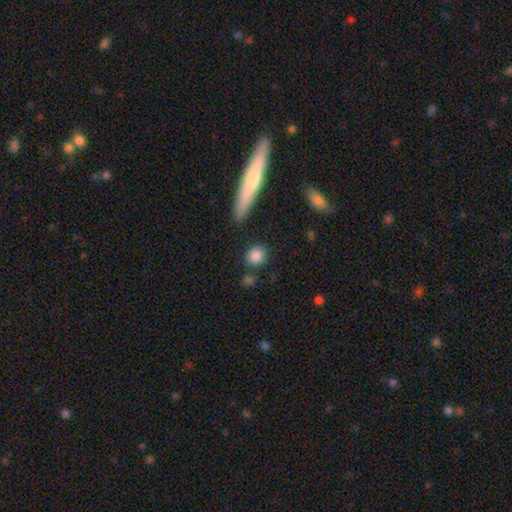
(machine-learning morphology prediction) A smooth galaxy with no disk features (85%) that is round (81%).

Vote fractions:
- Smooth or featured? smooth: 85% / star or artifact: 9% / featured or disk: 6%
- How rounded? round: 81% / in between: 16% / cigar-shaped: 3%
- Merging? none: 81% / minor disturbance: 10% / merger: 6% / major disturbance: 3%